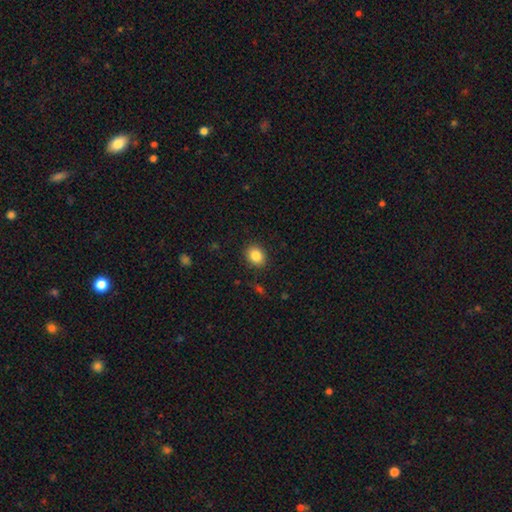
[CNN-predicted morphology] A smooth galaxy with no disk features (86%) that is round (56%).

Vote fractions:
- Smooth or featured? smooth: 86% / star or artifact: 9% / featured or disk: 5%
- How rounded? round: 56% / in between: 43% / cigar-shaped: 1%
- Merging? none: 88% / minor disturbance: 8% / major disturbance: 2% / merger: 1%